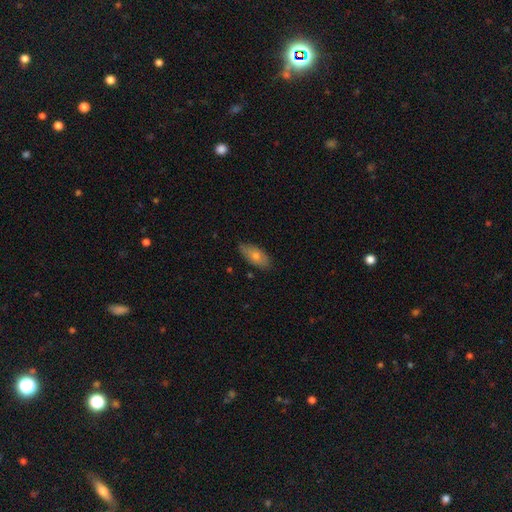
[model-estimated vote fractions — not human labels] This appears to be a smooth galaxy with no disk features (63%) that is in between round and cigar-shaped (86%). Merging: none (81%).